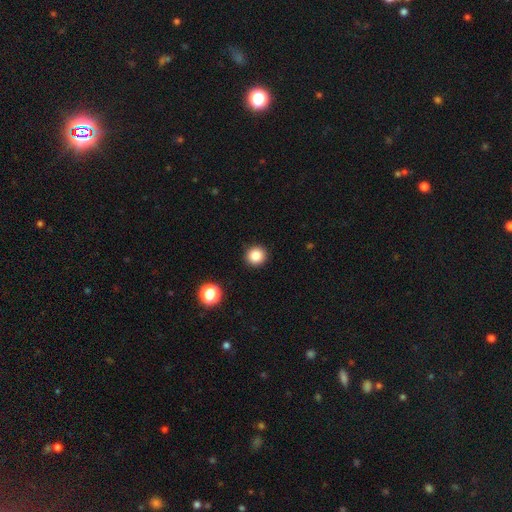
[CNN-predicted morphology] Smooth or featured: smooth — 84% (star or artifact — 12%)
How rounded: round — 93% (in between — 6%)
Merging: none — 92% (minor disturbance — 5%)